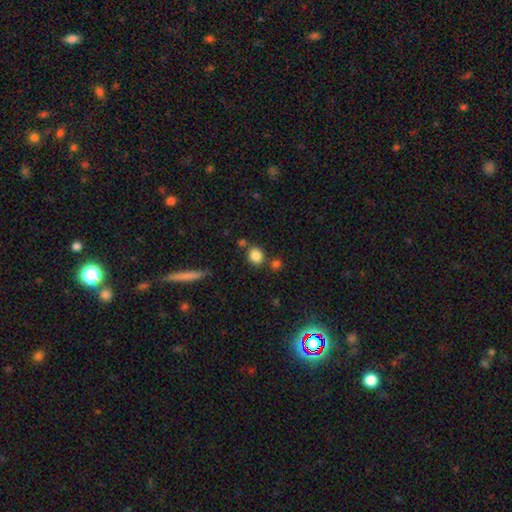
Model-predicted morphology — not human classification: Smooth or featured: smooth — 85% (star or artifact — 10%)
How rounded: round — 69% (in between — 29%)
Merging: none — 73% (merger — 12%)